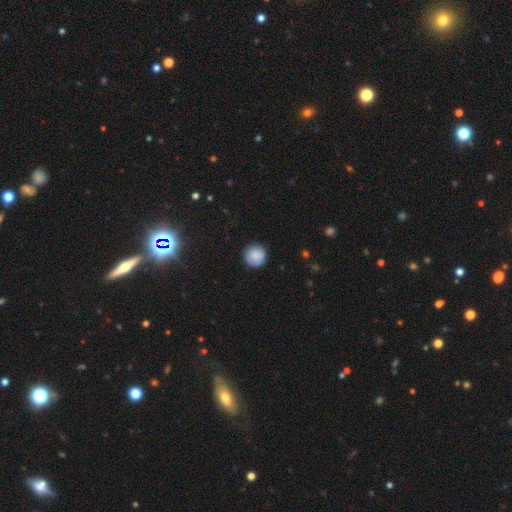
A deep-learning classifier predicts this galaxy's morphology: The model was most divided on "smooth or featured": smooth: 84%, featured or disk: 8%, star or artifact: 8%. More confident: how rounded — round (95%); merging — none (87%).